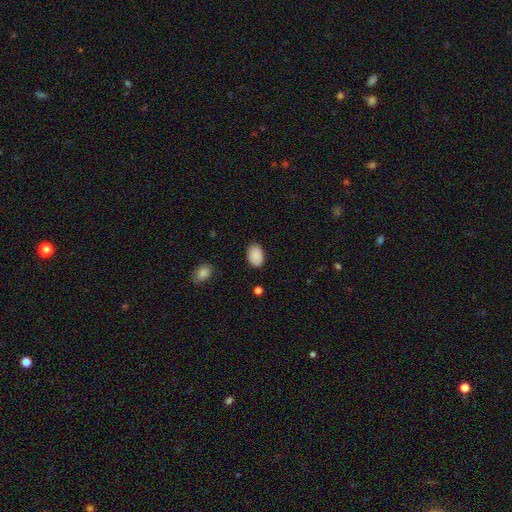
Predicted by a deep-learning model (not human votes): Smooth or featured? smooth (90%)
How rounded? in between (86%)
Merging? none (86%)